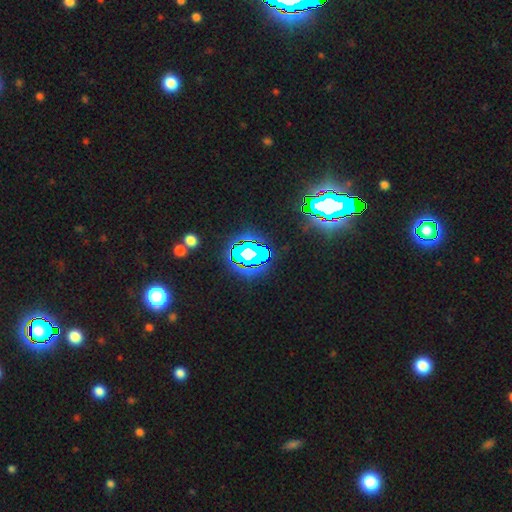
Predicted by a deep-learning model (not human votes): smooth-or-featured: star or artifact: 80% | smooth: 11% | featured or disk: 9%